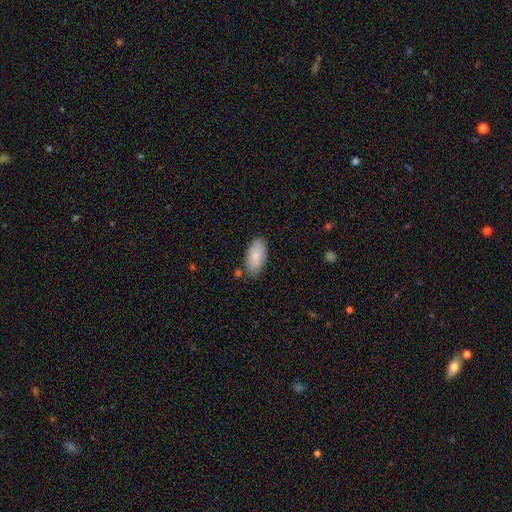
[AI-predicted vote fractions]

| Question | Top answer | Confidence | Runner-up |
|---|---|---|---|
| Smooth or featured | smooth | 83% | featured or disk (11%) |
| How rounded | in between | 93% | cigar-shaped (4%) |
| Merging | none | 80% | minor disturbance (14%) |